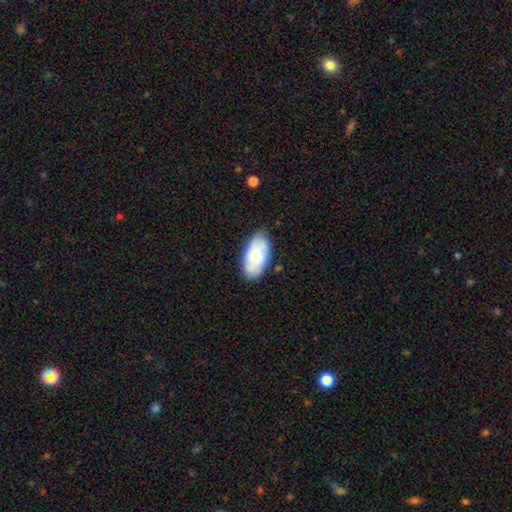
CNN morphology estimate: smooth 69%, featured or disk 24%, star or artifact 6%. Down the decision tree: how rounded — in between (95%); merging — none (74%).